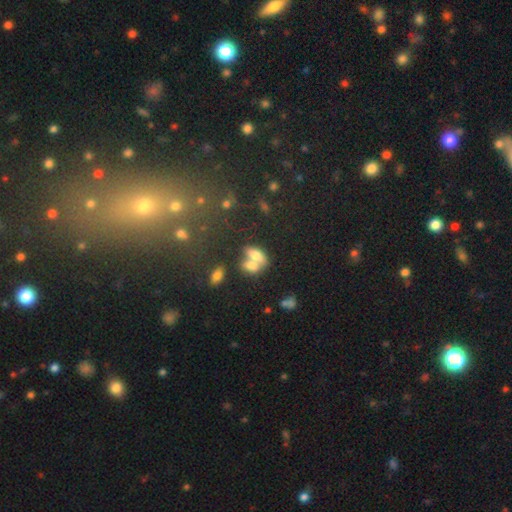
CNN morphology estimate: Smooth or featured? Predicted: smooth (p=0.65). How rounded? Predicted: in between (p=0.83). Merging? Predicted: merger (p=0.58).